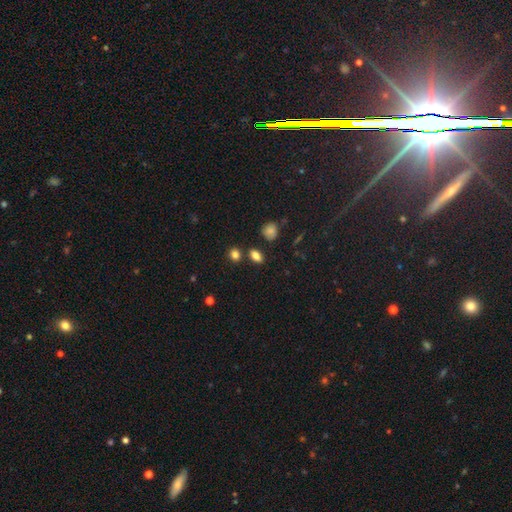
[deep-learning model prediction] A smooth galaxy with no disk features (82%) that is in between round and cigar-shaped (80%).

Vote fractions:
- Smooth or featured? smooth: 82% / star or artifact: 12% / featured or disk: 6%
- How rounded? in between: 80% / round: 15% / cigar-shaped: 5%
- Merging? none: 78% / minor disturbance: 11% / merger: 8% / major disturbance: 3%